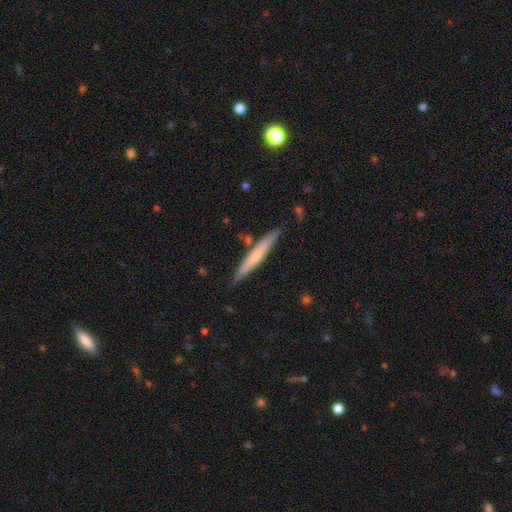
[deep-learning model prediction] A smooth galaxy with no disk features (54%) that is cigar-shaped (95%). Merging: none (84%).